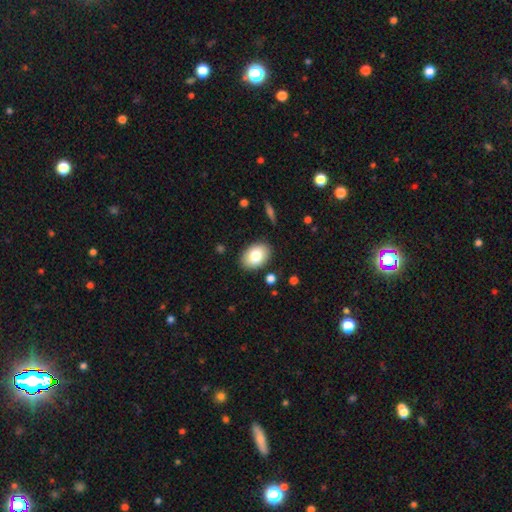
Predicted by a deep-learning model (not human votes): Q: Smooth or featured?
A: smooth (79%); runner-up: featured or disk (13%)
Q: How rounded?
A: in between (81%); runner-up: round (18%)
Q: Merging?
A: none (87%); runner-up: minor disturbance (9%)